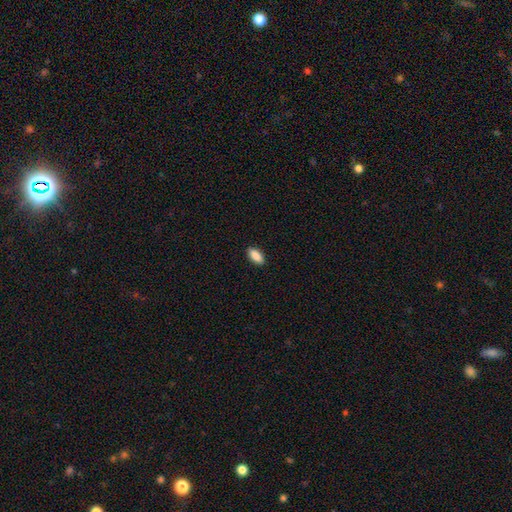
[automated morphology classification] Smooth or featured: smooth — 89% (star or artifact — 7%)
How rounded: in between — 87% (cigar-shaped — 11%)
Merging: none — 89% (minor disturbance — 8%)